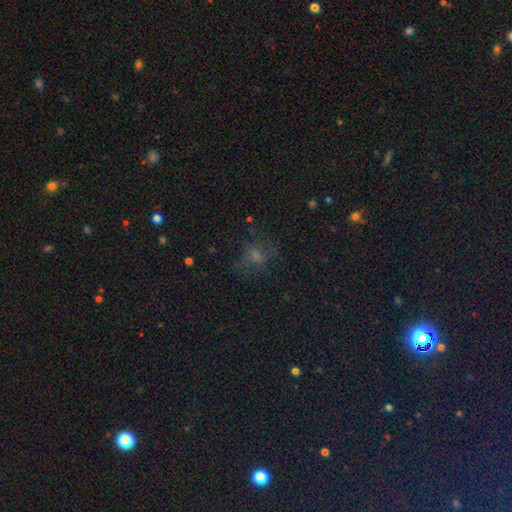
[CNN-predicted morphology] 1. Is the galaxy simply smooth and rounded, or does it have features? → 42% smooth, 35% star or artifact, 23% featured or disk.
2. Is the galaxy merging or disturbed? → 64% none, 18% minor disturbance, 16% major disturbance, 2% merger.